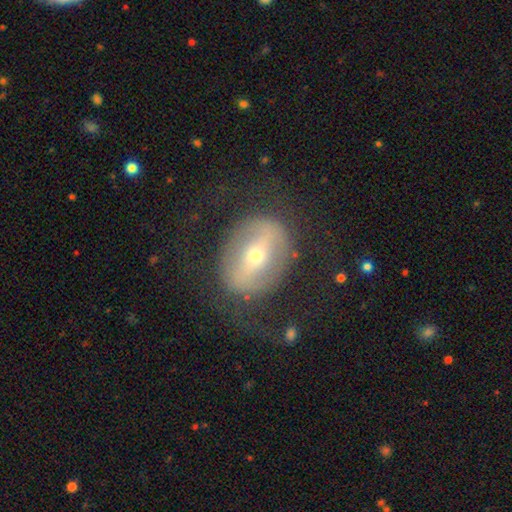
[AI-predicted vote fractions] featured or disk 68%, smooth 24%, star or artifact 8%. Down the decision tree: edge-on disk — no (90%); bar — strong (64%); spiral arms — no (64%); bulge size — small (54%); merging — none (70%).